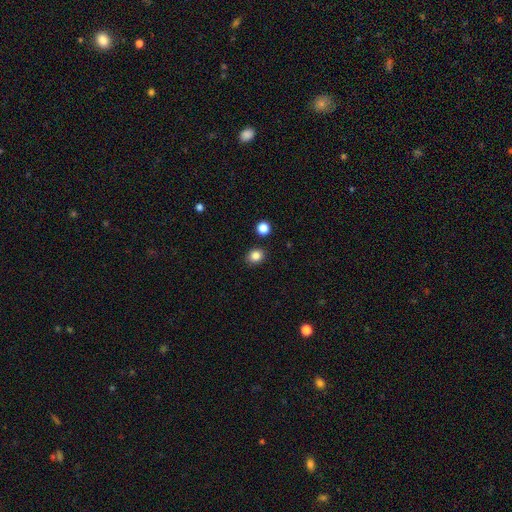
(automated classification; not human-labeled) A smooth galaxy with no disk features (84%) that is round (66%).

Vote fractions:
- Smooth or featured? smooth: 84% / star or artifact: 12% / featured or disk: 5%
- How rounded? round: 66% / in between: 33% / cigar-shaped: 1%
- Merging? none: 87% / minor disturbance: 8% / merger: 3% / major disturbance: 2%